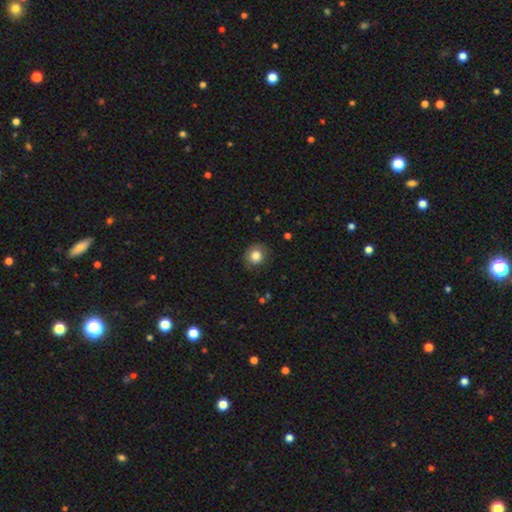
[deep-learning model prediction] Smooth or featured? smooth (82%)
How rounded? round (83%)
Merging? none (79%)